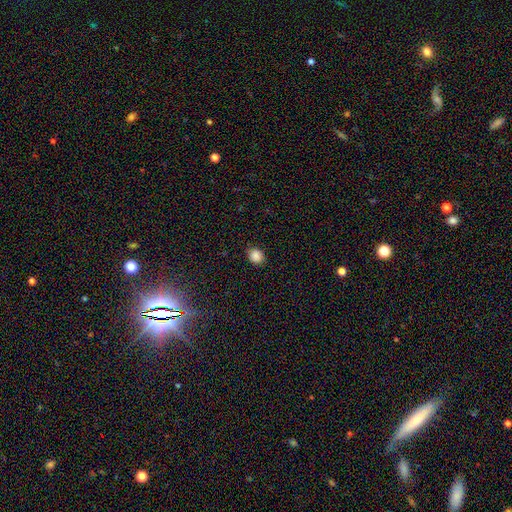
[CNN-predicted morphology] This is clearly a smooth galaxy (86%). How rounded: likely round (64%). Merging: clearly none (87%).